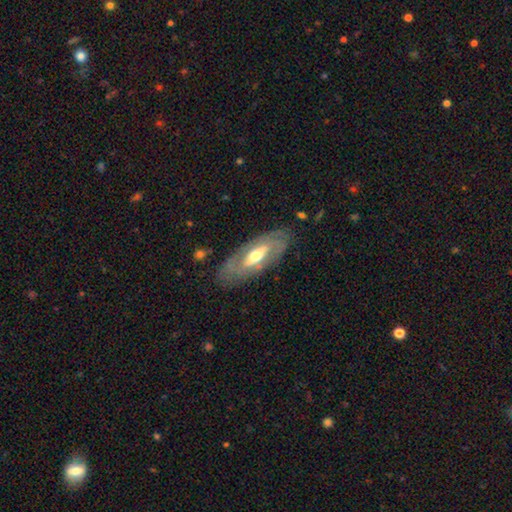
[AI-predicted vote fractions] smooth-or-featured: featured or disk: 67% | smooth: 28% | star or artifact: 5%
  disk-edge-on: no: 79% | yes: 21%
    bar: no: 55% | weak: 25% | strong: 20%
    has-spiral-arms: no: 61% | yes: 39%
    bulge-size: moderate: 68% | small: 19% | large: 11% | dominant: 1% | none: 1%
  merging: none: 80% | minor disturbance: 14% | major disturbance: 5% | merger: 1%